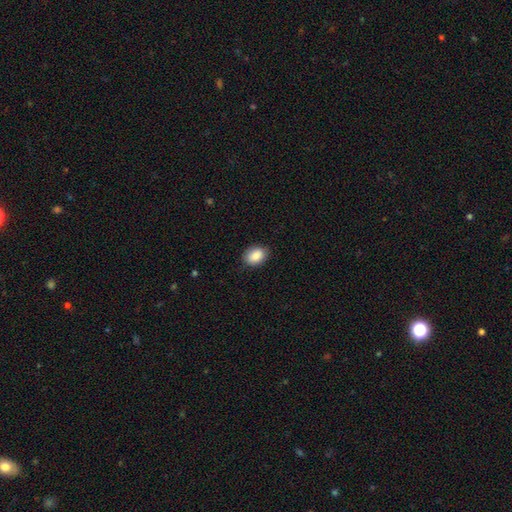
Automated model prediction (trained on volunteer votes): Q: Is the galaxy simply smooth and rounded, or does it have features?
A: smooth — 88%.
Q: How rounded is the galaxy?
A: in between — 73%.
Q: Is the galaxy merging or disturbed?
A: none — 84%.